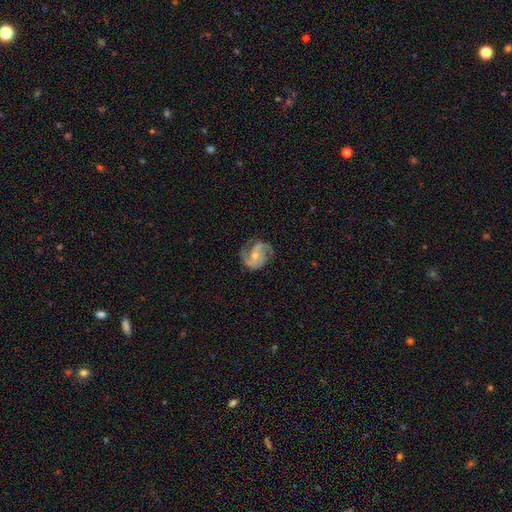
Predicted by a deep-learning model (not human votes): Smooth or featured? Predicted: featured or disk (p=0.90). Edge-on disk? Predicted: no (p=0.98). Bar? Predicted: no (p=0.63). Spiral arms? Predicted: yes (p=0.98). Spiral winding? Predicted: medium (p=0.53). Spiral arm count? Predicted: 2 (p=0.80). Bulge size? Predicted: moderate (p=0.49). Merging? Predicted: none (p=0.76).